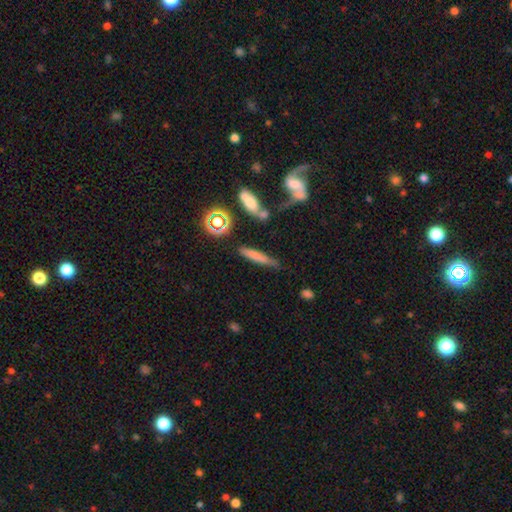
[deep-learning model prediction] smooth_or_featured: smooth (p=0.67) [alt: featured or disk p=0.22]
how_rounded: cigar-shaped (p=0.85) [alt: in between p=0.12]
merging: none (p=0.64) [alt: minor disturbance p=0.18]